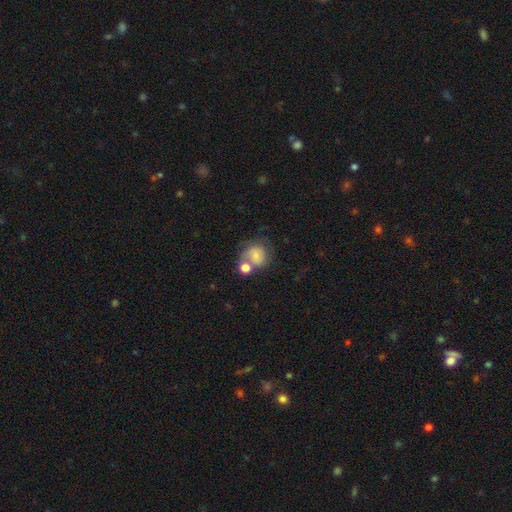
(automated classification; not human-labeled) Smooth or featured?
  - smooth: 69% *
  - featured or disk: 21%
  - star or artifact: 10%
How rounded?
  - round: 77% *
  - in between: 22%
  - cigar-shaped: 1%
Merging?
  - none: 37% * (tied)
  - merger: 37% * (tied)
  - minor disturbance: 16%
  - major disturbance: 10%